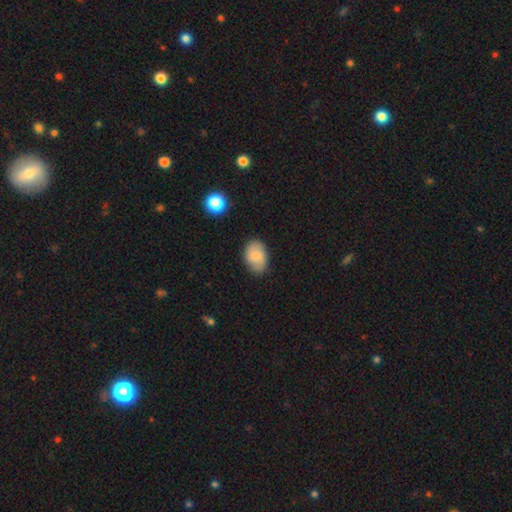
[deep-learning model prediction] Q: Smooth or featured?
A: smooth (71%); runner-up: featured or disk (21%)
Q: How rounded?
A: in between (83%); runner-up: round (16%)
Q: Merging?
A: none (77%); runner-up: minor disturbance (18%)